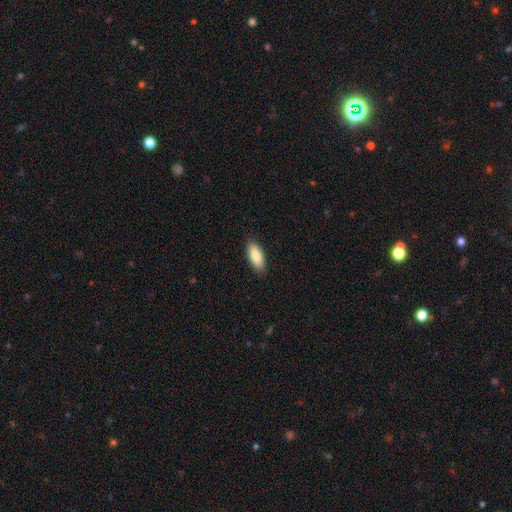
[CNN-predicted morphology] smooth_or_featured: smooth (p=0.83) [alt: featured or disk p=0.11]
how_rounded: in between (p=0.84) [alt: cigar-shaped p=0.14]
merging: none (p=0.89) [alt: minor disturbance p=0.08]